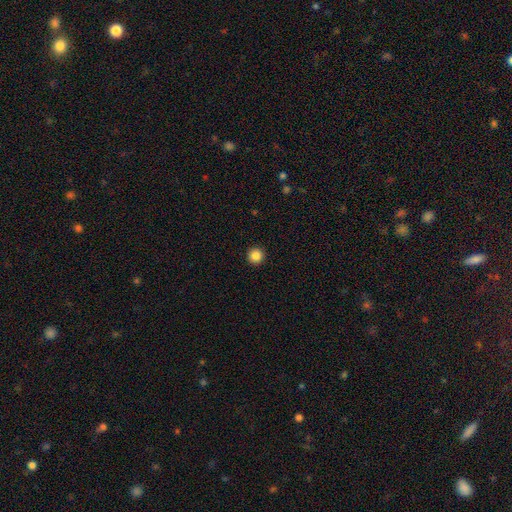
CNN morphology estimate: A smooth galaxy with no disk features (85%) that is round (96%).

Vote fractions:
- Smooth or featured? smooth: 85% / star or artifact: 11% / featured or disk: 4%
- How rounded? round: 96% / in between: 3% / cigar-shaped: 1%
- Merging? none: 94% / minor disturbance: 4% / major disturbance: 1% / merger: 1%